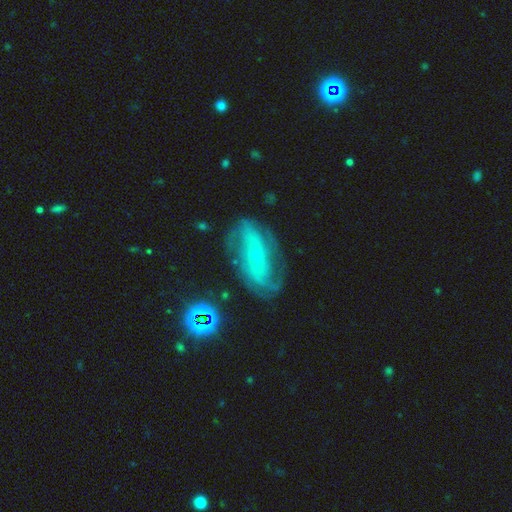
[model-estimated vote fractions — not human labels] featured or disk 80%, smooth 11%, star or artifact 8%. Down the decision tree: edge-on disk — no (94%); bar — no (44%); spiral arms — yes (88%); spiral arm count — 2 (58%); spiral winding — medium (41%); bulge size — small (83%); merging — none (68%).